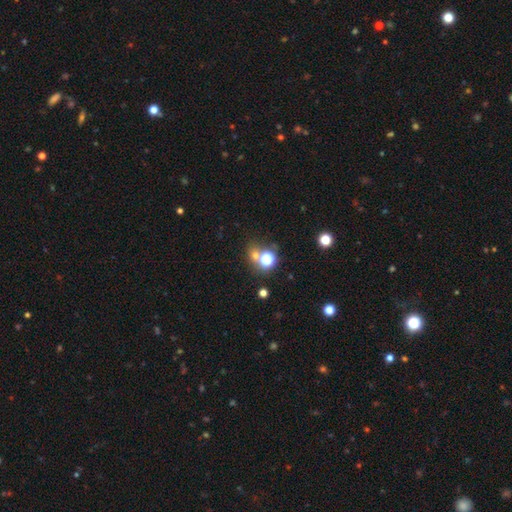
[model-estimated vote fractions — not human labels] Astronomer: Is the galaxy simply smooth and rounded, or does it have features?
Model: smooth — 55% (runner-up: star or artifact, 35%).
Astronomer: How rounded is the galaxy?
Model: round — 75%.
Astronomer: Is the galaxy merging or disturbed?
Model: none — 58%.